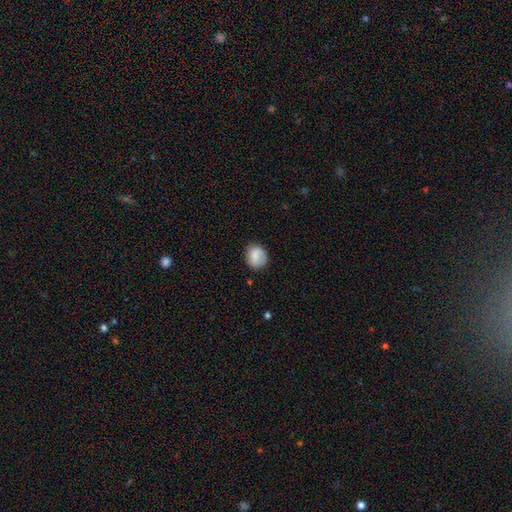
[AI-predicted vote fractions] Overall: smooth (81%). How rounded: round (69%; in between 30%). Merging: none (79%).